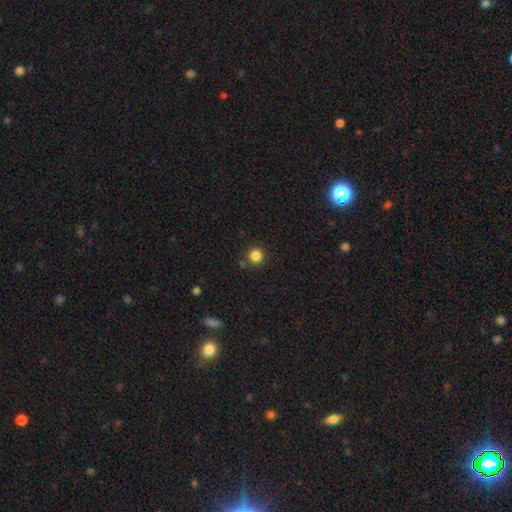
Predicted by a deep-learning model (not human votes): Morphology: type=smooth (84%); roundness=round (95%); merging=none (86%).